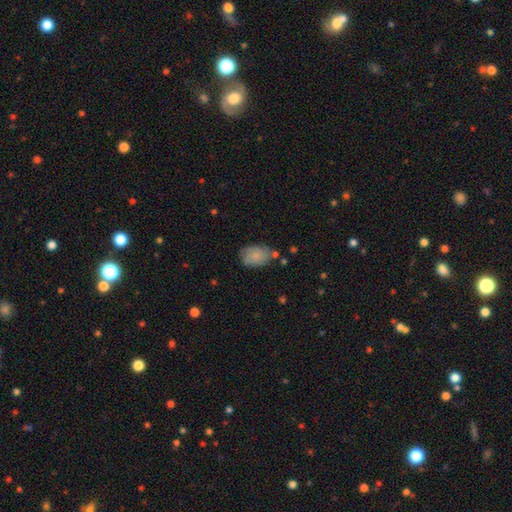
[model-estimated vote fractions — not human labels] Q: Smooth or featured?
A: smooth (81%); runner-up: featured or disk (12%)
Q: How rounded?
A: in between (85%); runner-up: round (14%)
Q: Merging?
A: none (65%); runner-up: minor disturbance (23%)